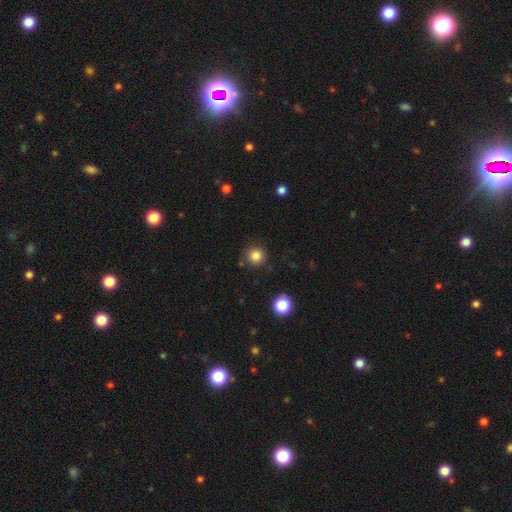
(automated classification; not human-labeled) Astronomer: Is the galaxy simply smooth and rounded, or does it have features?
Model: smooth — 84%.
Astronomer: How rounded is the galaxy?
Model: round — 94%.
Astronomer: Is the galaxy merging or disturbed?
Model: none — 86%.